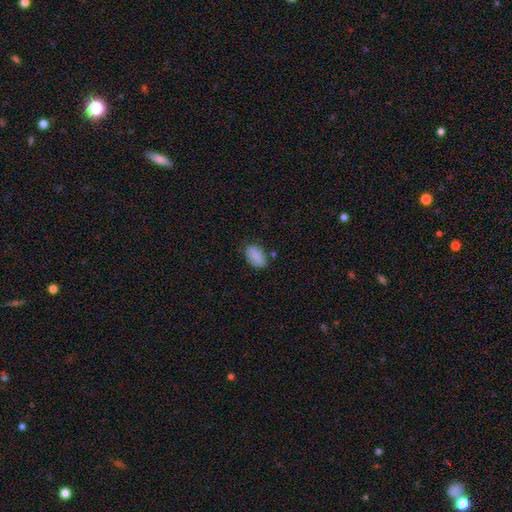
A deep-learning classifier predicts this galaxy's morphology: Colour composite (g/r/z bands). It shows a smooth galaxy with no disk features (88%) that is in between round and cigar-shaped (92%). Merging: none (73%).